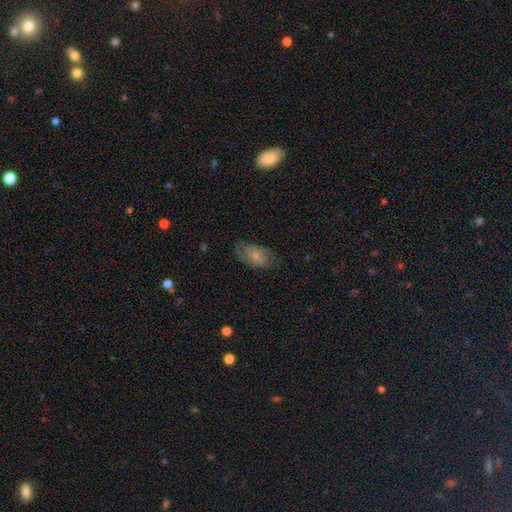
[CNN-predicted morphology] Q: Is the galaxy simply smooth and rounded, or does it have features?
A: smooth — 57%.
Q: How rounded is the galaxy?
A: in between — 91%.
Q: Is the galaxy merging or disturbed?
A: none — 64%.